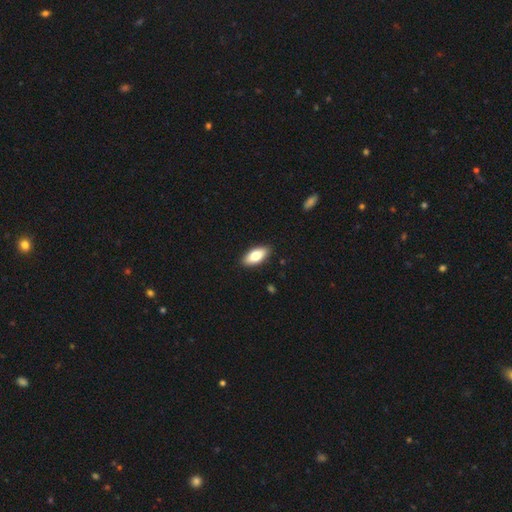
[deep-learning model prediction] Q: Smooth or featured?
A: smooth (78%); runner-up: featured or disk (16%)
Q: How rounded?
A: in between (88%); runner-up: cigar-shaped (9%)
Q: Merging?
A: none (89%); runner-up: minor disturbance (8%)